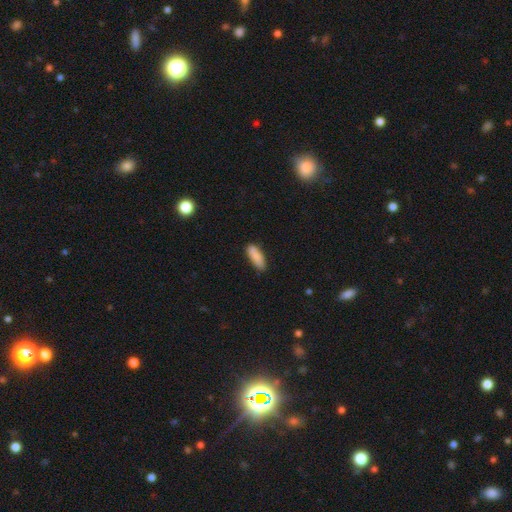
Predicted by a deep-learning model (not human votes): This appears to be a smooth galaxy with no disk features (86%) that is in between round and cigar-shaped (61%). Merging: none (77%).